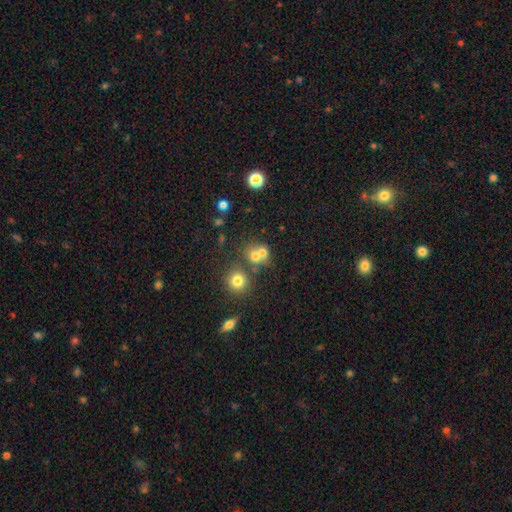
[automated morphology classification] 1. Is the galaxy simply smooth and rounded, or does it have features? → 68% smooth, 16% star or artifact, 16% featured or disk.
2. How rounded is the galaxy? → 76% round, 23% in between, 1% cigar-shaped.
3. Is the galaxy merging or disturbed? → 50% merger, 38% none, 8% minor disturbance, 4% major disturbance.